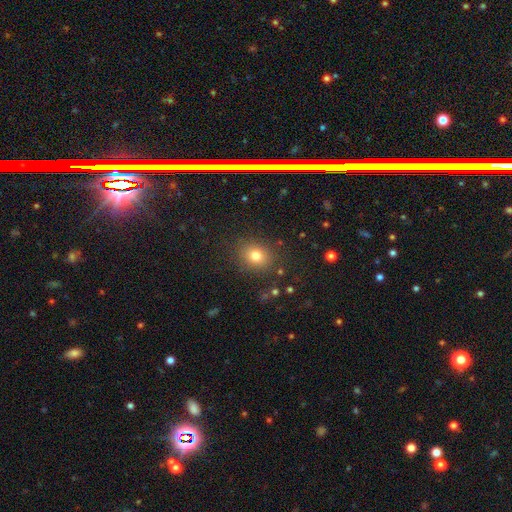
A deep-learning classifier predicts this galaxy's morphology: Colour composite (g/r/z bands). It shows a smooth galaxy with no disk features (77%) that is round (59%). Merging: none (85%).